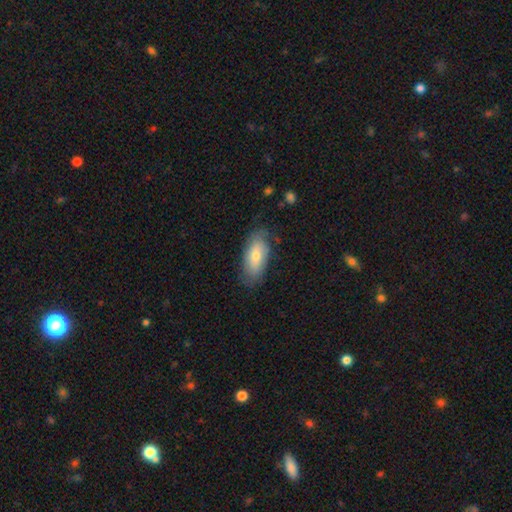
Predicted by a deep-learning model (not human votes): Overall: smooth (62%; featured or disk 31%). How rounded: in between (88%). Merging: none (72%).